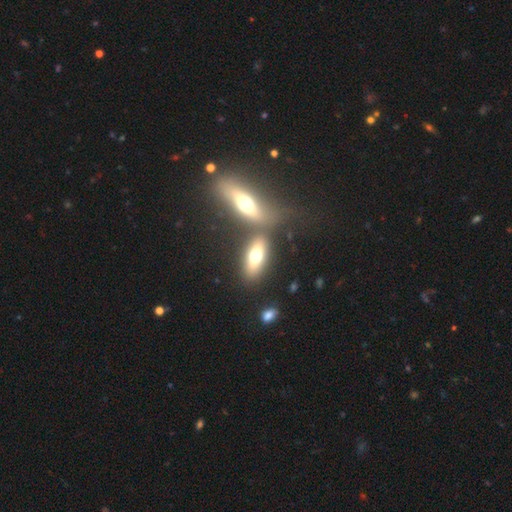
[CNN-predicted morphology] A smooth galaxy with no disk features (61%) that is in between round and cigar-shaped (72%).

Vote fractions:
- Smooth or featured? smooth: 61% / featured or disk: 31% / star or artifact: 9%
- How rounded? in between: 72% / cigar-shaped: 23% / round: 5%
- Merging? none: 60% / merger: 25% / minor disturbance: 10% / major disturbance: 5%